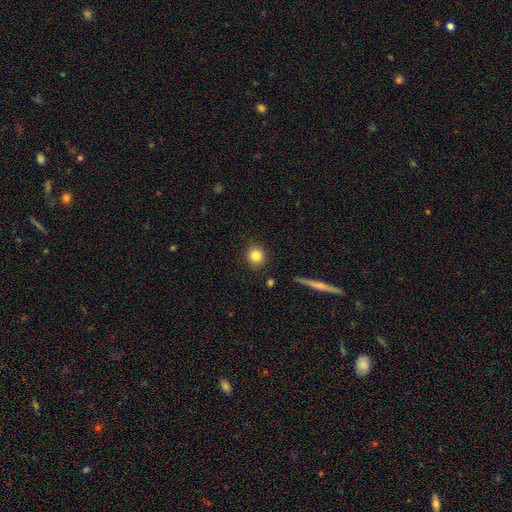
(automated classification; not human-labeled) Smooth or featured? Predicted: smooth (p=0.82). How rounded? Predicted: round (p=0.85). Merging? Predicted: none (p=0.89).